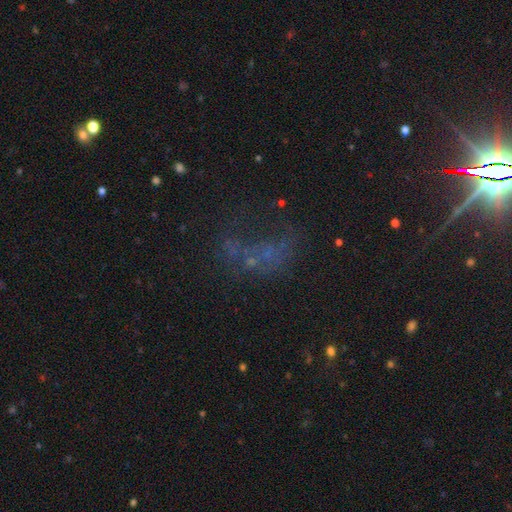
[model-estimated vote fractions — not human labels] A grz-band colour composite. It shows a star or artifact, not a galaxy (39%).